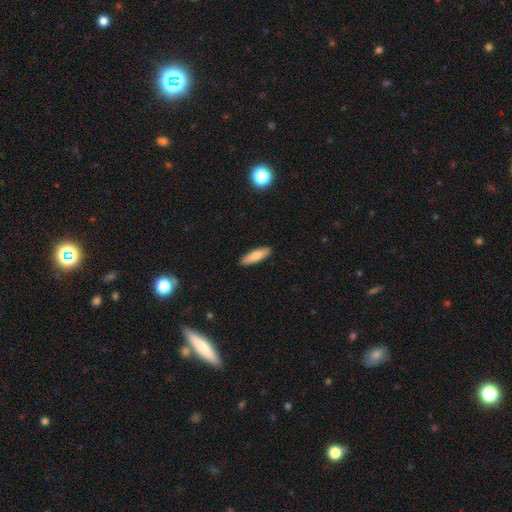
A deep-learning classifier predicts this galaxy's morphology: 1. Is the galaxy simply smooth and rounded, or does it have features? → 80% smooth, 14% featured or disk, 6% star or artifact.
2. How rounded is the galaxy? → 60% cigar-shaped, 38% in between, 2% round.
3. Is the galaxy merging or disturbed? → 90% none, 8% minor disturbance, 2% major disturbance, 1% merger.